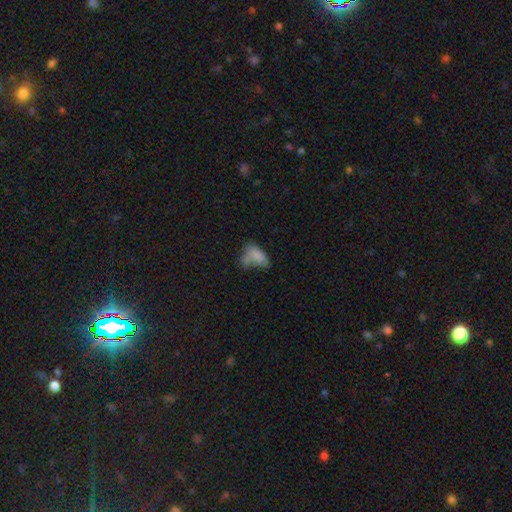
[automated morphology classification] The model was most divided on "merging": none: 31%, merger: 26%, minor disturbance: 24%, major disturbance: 19%. More confident: how rounded — in between (90%); smooth or featured — smooth (76%).